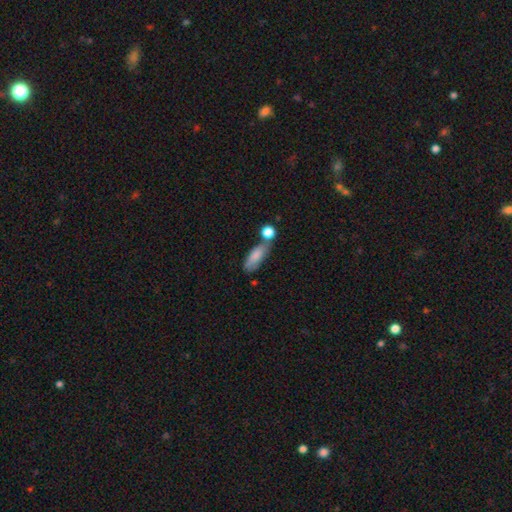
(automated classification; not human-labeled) Smooth or featured?
  - smooth: 79% *
  - featured or disk: 14%
  - star or artifact: 8%
How rounded?
  - in between: 64% *
  - cigar-shaped: 31%
  - round: 5%
Merging?
  - none: 49% *
  - merger: 24%
  - minor disturbance: 20%
  - major disturbance: 8%